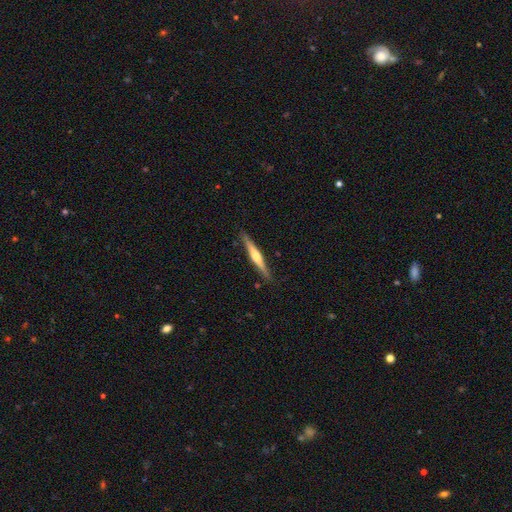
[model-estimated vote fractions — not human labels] smooth_or_featured: featured or disk (p=0.65) [alt: smooth p=0.30]
disk_edge_on: yes (p=0.98) [alt: no p=0.02]
edge_on_bulge: rounded (p=0.80) [alt: none p=0.10]
merging: none (p=0.89) [alt: minor disturbance p=0.09]